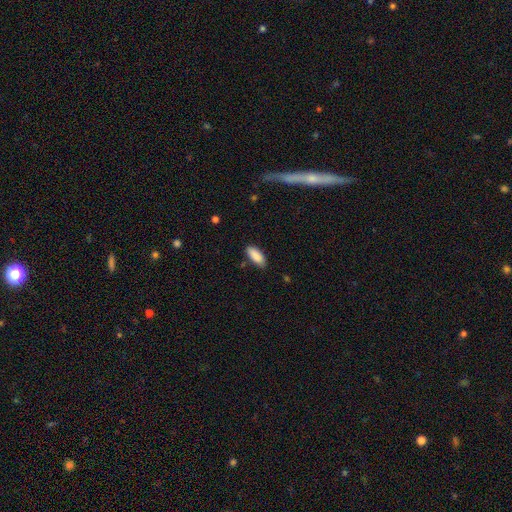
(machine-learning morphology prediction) smooth_or_featured: smooth (p=0.89) [alt: star or artifact p=0.06]
how_rounded: in between (p=0.84) [alt: cigar-shaped p=0.15]
merging: none (p=0.81) [alt: minor disturbance p=0.14]